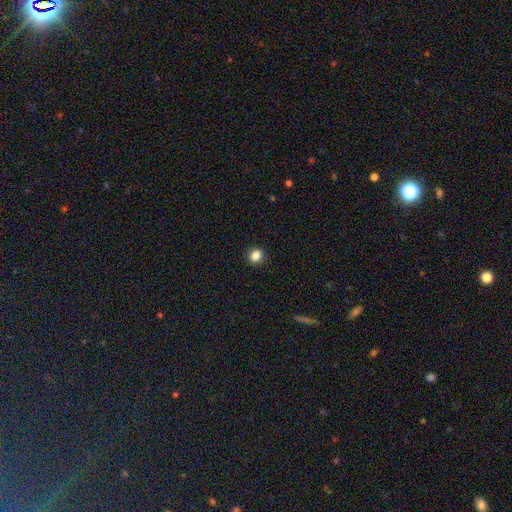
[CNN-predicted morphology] Q: Smooth or featured?
A: smooth (85%); runner-up: star or artifact (11%)
Q: How rounded?
A: round (84%); runner-up: in between (15%)
Q: Merging?
A: none (92%); runner-up: minor disturbance (5%)